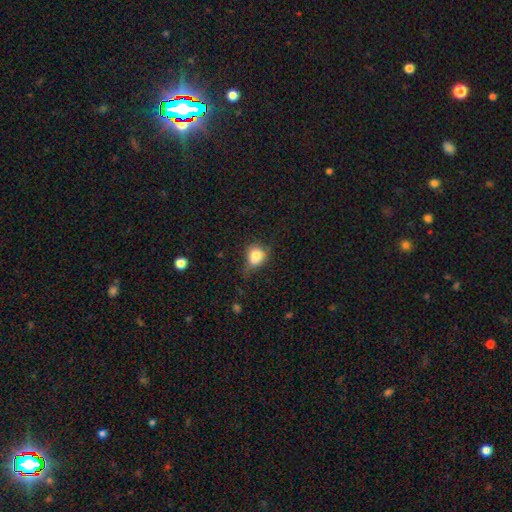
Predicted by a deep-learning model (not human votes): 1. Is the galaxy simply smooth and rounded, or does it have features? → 77% smooth, 12% featured or disk, 11% star or artifact.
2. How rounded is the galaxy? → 61% round, 38% in between, 1% cigar-shaped.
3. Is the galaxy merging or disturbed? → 45% none, 34% minor disturbance, 14% major disturbance, 7% merger.